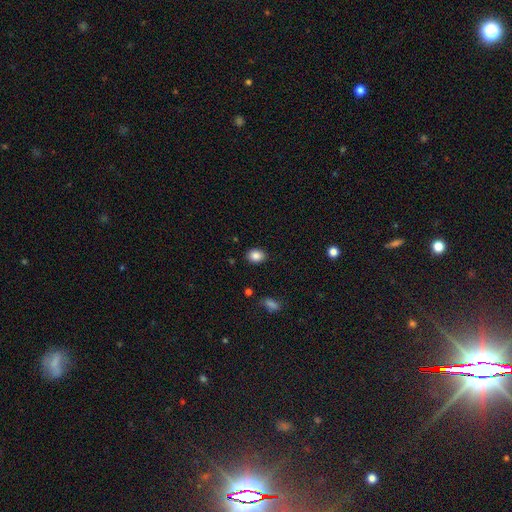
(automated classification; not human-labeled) smooth 86%, star or artifact 9%, featured or disk 5%. Down the decision tree: how rounded — in between (64%); merging — none (87%).